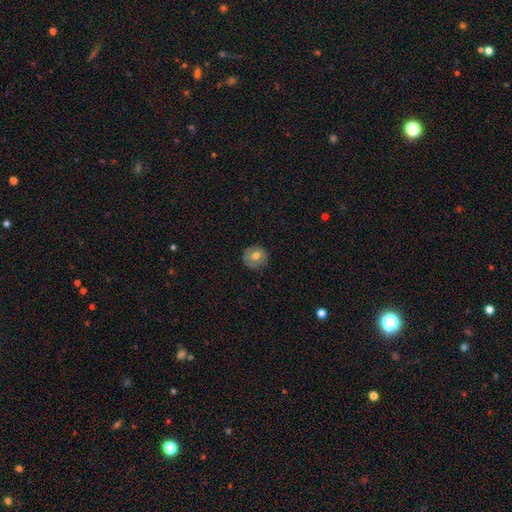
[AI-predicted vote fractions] This is likely a smooth galaxy (65%). How rounded: clearly round (90%). Merging: clearly none (84%).